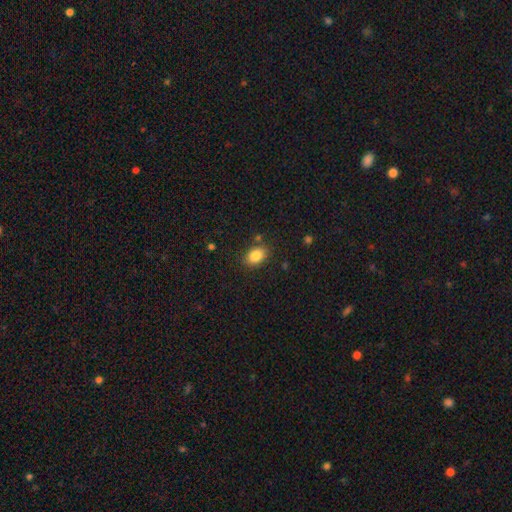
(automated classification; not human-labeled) smooth-or-featured: smooth: 85% | star or artifact: 9% | featured or disk: 6%
  how-rounded: in between: 78% | round: 21% | cigar-shaped: 1%
  merging: none: 81% | minor disturbance: 12% | merger: 4% | major disturbance: 3%